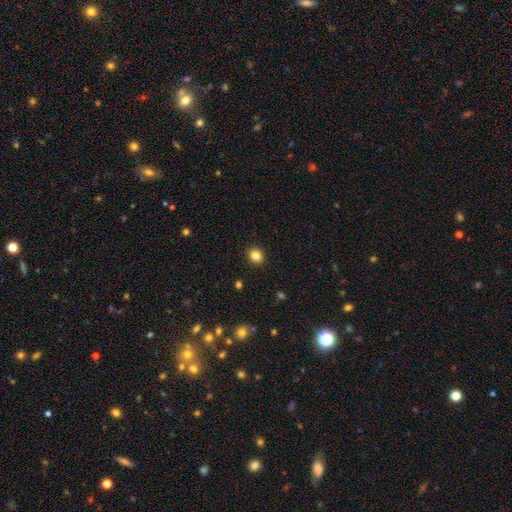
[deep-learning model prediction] smooth-or-featured: smooth: 84% | star or artifact: 11% | featured or disk: 5%
  how-rounded: round: 72% | in between: 28% | cigar-shaped: 1%
  merging: none: 91% | minor disturbance: 6% | major disturbance: 2% | merger: 1%